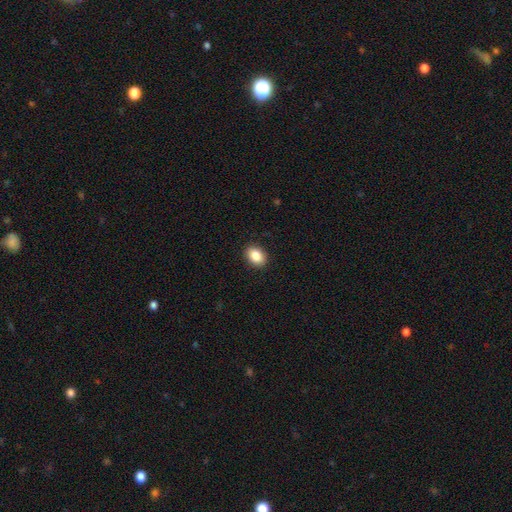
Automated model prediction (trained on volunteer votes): Morphology: type=smooth (87%); roundness=in between (75%); merging=none (90%).